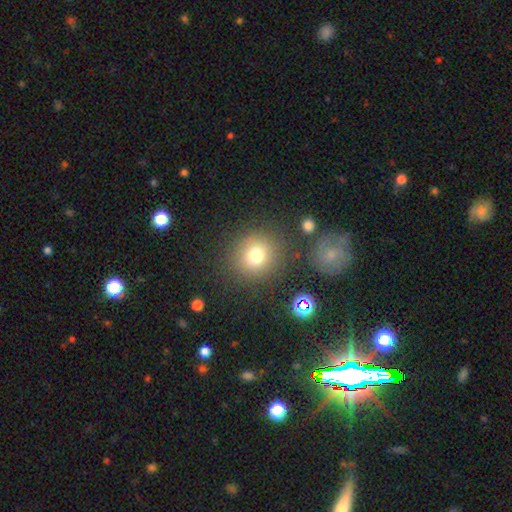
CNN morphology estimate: Smooth or featured: smooth — 76% (star or artifact — 15%)
How rounded: round — 90% (in between — 10%)
Merging: none — 84% (minor disturbance — 8%)